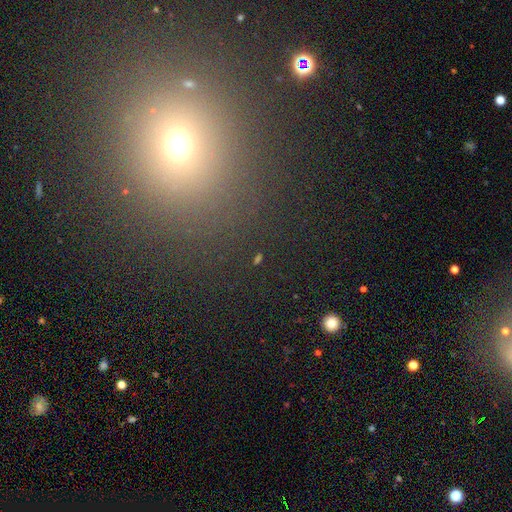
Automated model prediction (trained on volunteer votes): smooth 49%, star or artifact 42%, featured or disk 9%. Down the decision tree: merging — none (85%).